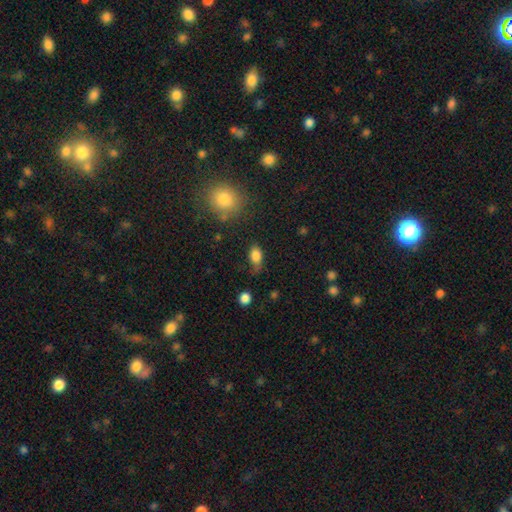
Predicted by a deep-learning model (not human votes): This is clearly a smooth galaxy (82%). How rounded: clearly in between (81%). Merging: possibly none (49%).